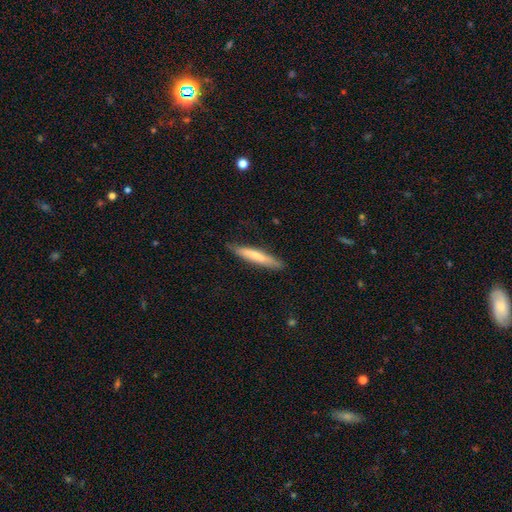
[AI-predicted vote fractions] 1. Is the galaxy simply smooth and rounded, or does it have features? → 67% smooth, 27% featured or disk, 5% star or artifact.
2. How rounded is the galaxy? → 93% cigar-shaped, 6% in between, 1% round.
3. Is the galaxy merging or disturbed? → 81% none, 15% minor disturbance, 3% major disturbance, 1% merger.